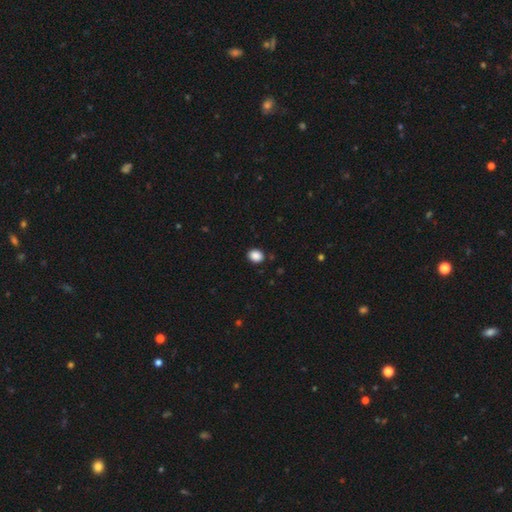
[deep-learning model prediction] This appears to be a smooth galaxy with no disk features (89%) that is in between round and cigar-shaped (58%). Merging: none (89%).